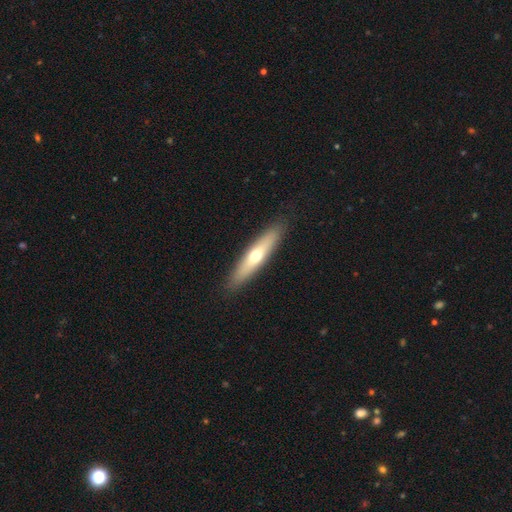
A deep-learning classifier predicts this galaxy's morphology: Smooth or featured: smooth — 54% (featured or disk — 41%)
How rounded: cigar-shaped — 82% (in between — 16%)
Merging: none — 90% (minor disturbance — 7%)